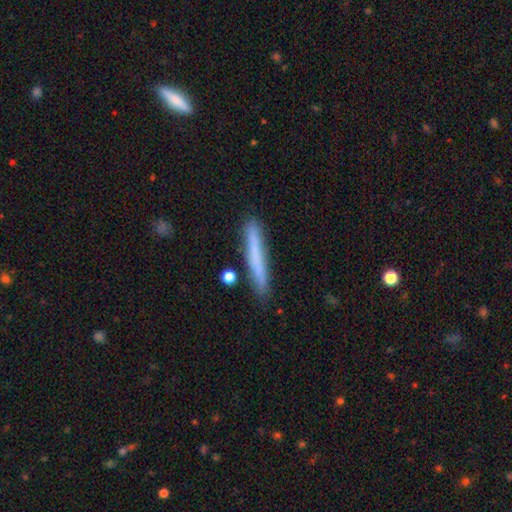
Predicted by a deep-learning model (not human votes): smooth 68%, featured or disk 25%, star or artifact 7%. Down the decision tree: how rounded — cigar-shaped (96%); merging — none (84%).